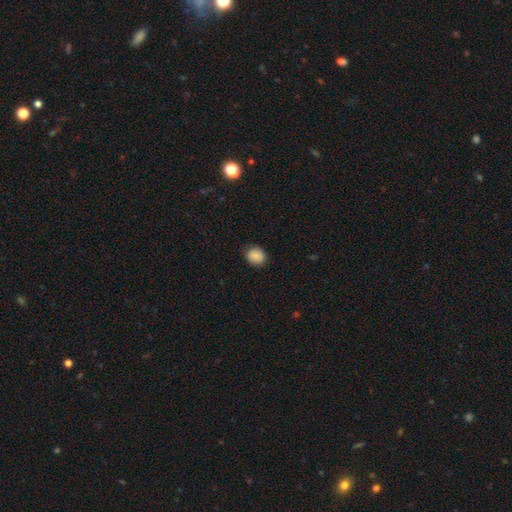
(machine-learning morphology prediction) Overall: smooth (88%). How rounded: round (67%; in between 32%). Merging: none (88%).